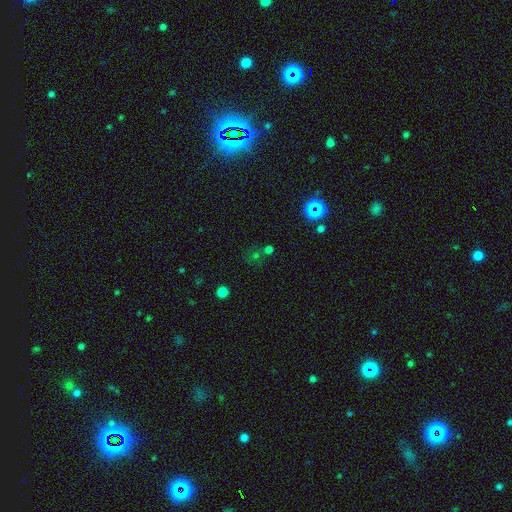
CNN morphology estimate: Q: Smooth or featured?
A: star or artifact (53%); runner-up: smooth (35%)